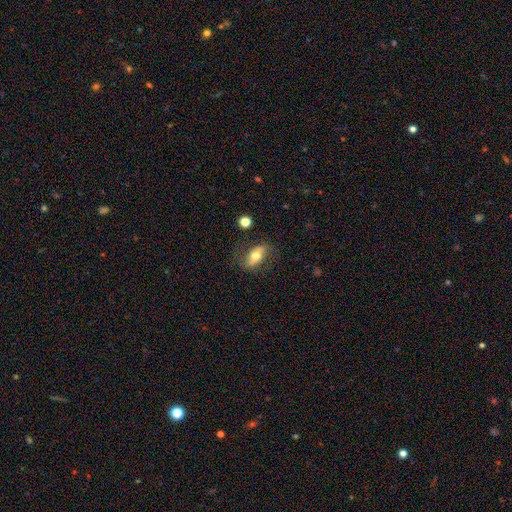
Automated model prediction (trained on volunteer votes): smooth-or-featured: smooth: 50% | featured or disk: 41% | star or artifact: 8%
  how-rounded: in between: 82% | round: 9% | cigar-shaped: 9%
  merging: none: 71% | minor disturbance: 18% | major disturbance: 9% | merger: 2%